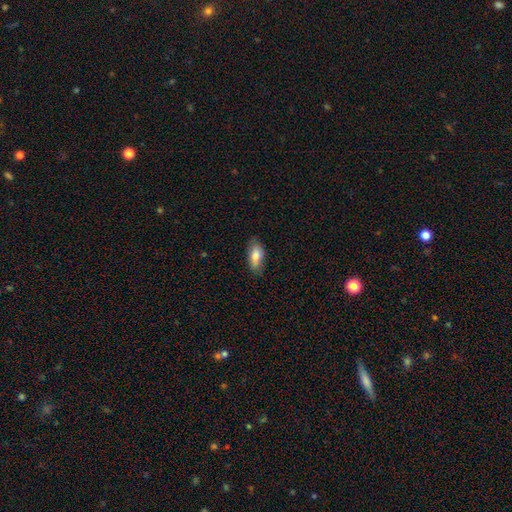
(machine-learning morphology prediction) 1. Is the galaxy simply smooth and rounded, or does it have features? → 78% smooth, 15% featured or disk, 7% star or artifact.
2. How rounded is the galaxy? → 84% in between, 14% cigar-shaped, 3% round.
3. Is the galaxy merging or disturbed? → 76% none, 19% minor disturbance, 4% major disturbance, 1% merger.